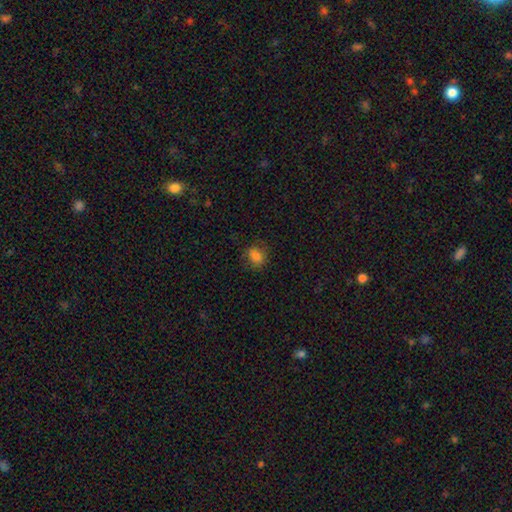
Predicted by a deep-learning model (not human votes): This appears to be a smooth galaxy with no disk features (80%) that is round (52%). Merging: none (77%).